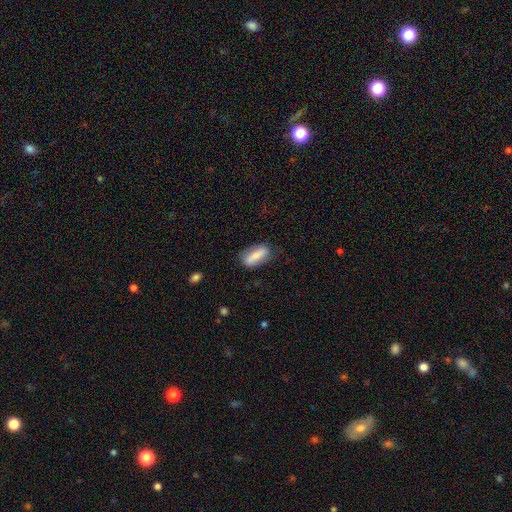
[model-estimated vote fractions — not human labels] This is likely a smooth galaxy (74%). How rounded: likely in between (72%). Merging: likely none (73%).